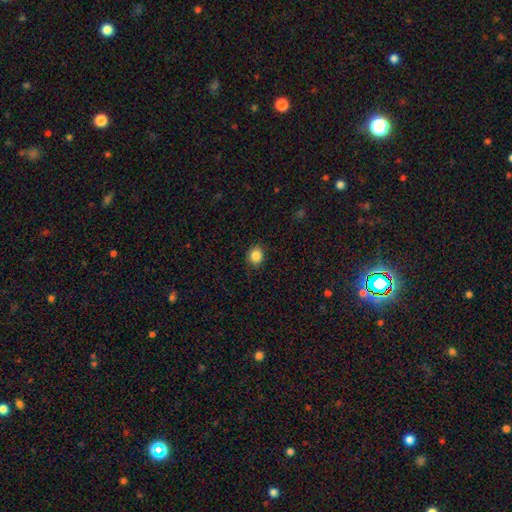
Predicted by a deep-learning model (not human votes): A smooth galaxy with no disk features (86%) that is round (72%).

Vote fractions:
- Smooth or featured? smooth: 86% / star or artifact: 10% / featured or disk: 5%
- How rounded? round: 72% / in between: 27% / cigar-shaped: 1%
- Merging? none: 86% / minor disturbance: 11% / major disturbance: 2% / merger: 1%